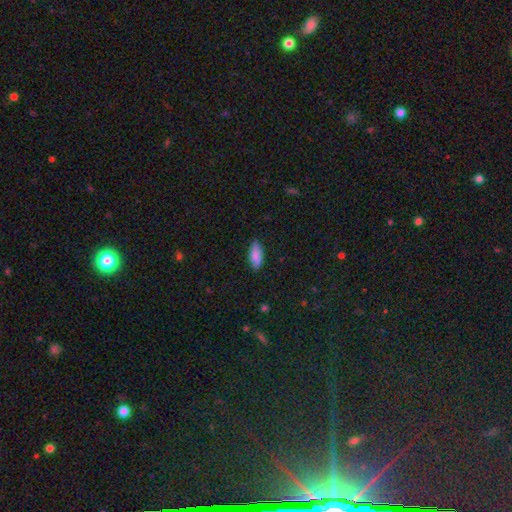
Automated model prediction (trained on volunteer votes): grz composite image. It shows a smooth galaxy with no disk features (84%) that is in between round and cigar-shaped (73%). Merging: none (84%).